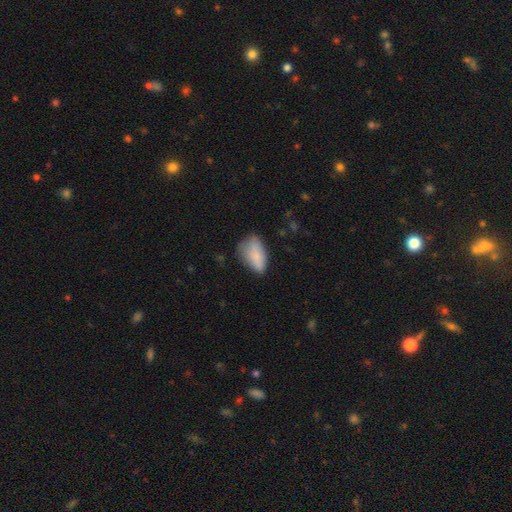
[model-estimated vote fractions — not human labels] Morphology: type=smooth (81%); roundness=in between (90%); merging=none (50%).